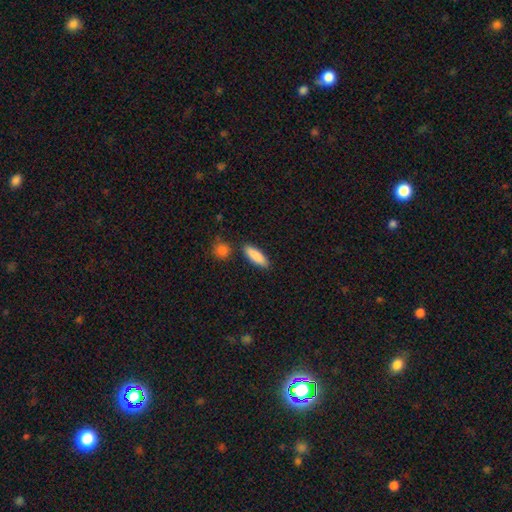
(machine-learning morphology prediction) Smooth or featured? Predicted: smooth (p=0.88). How rounded? Predicted: in between (p=0.55). Merging? Predicted: none (p=0.82).